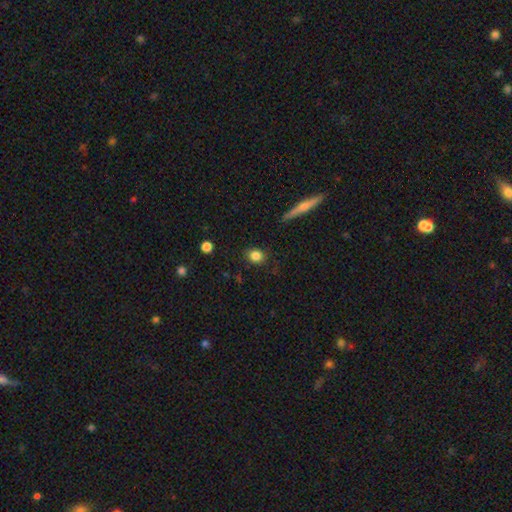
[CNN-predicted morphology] Smooth or featured: smooth — 84% (star or artifact — 10%)
How rounded: round — 61% (in between — 37%)
Merging: none — 86% (minor disturbance — 10%)